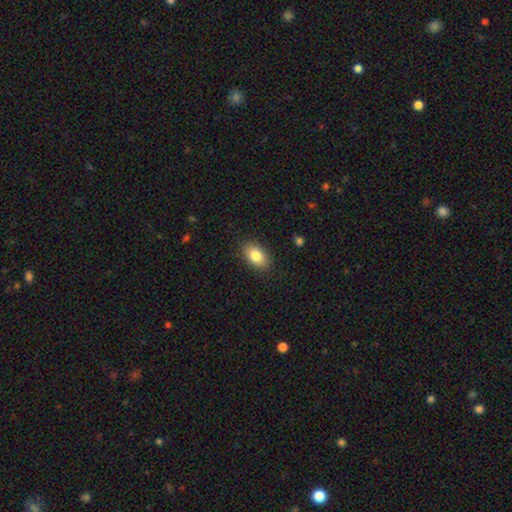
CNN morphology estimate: A smooth galaxy with no disk features (84%) that is in between round and cigar-shaped (88%). Merging: none (87%).